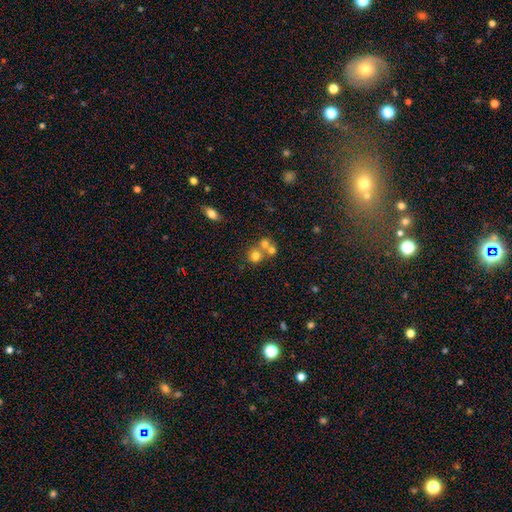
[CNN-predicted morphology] Smooth or featured? smooth (69%)
How rounded? round (85%)
Merging? merger (48%)